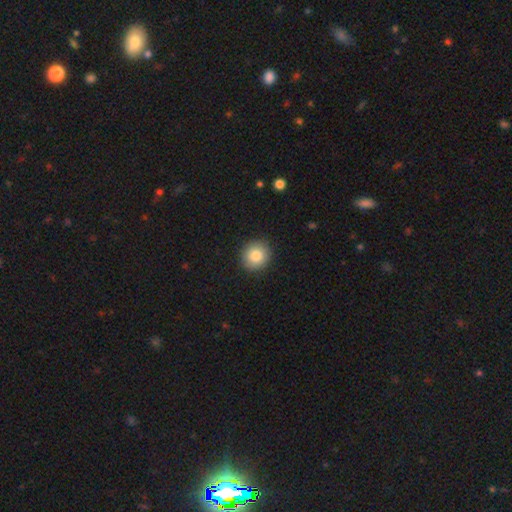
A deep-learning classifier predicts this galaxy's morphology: Smooth or featured?
  - smooth: 84% *
  - star or artifact: 9%
  - featured or disk: 8%
How rounded?
  - round: 90% *
  - in between: 9%
  - cigar-shaped: 1%
Merging?
  - none: 91% *
  - minor disturbance: 6%
  - major disturbance: 2%
  - merger: 1%